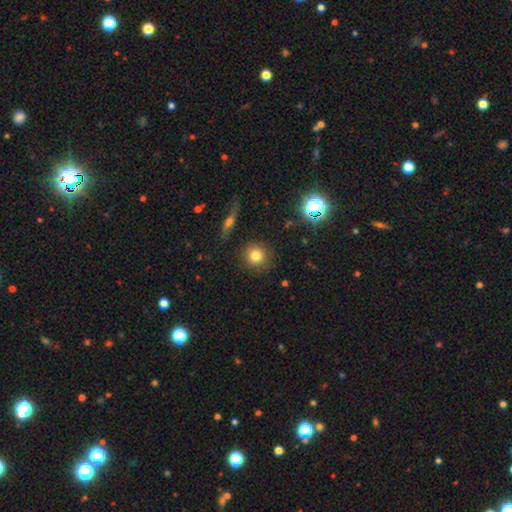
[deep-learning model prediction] A smooth galaxy with no disk features (78%) that is round (91%). Merging: none (87%).